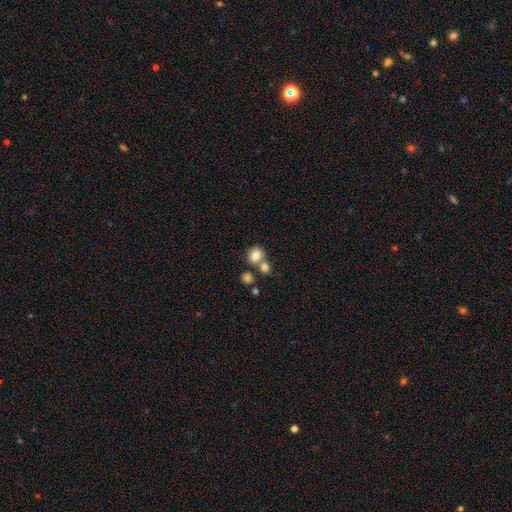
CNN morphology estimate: Smooth or featured: smooth — 79% (star or artifact — 11%)
How rounded: round — 61% (in between — 38%)
Merging: none — 48% (merger — 38%)